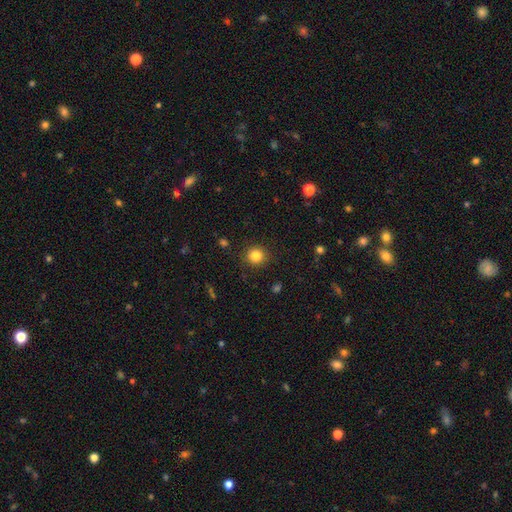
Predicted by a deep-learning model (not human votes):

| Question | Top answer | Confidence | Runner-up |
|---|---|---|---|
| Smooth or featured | smooth | 83% | star or artifact (12%) |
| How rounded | round | 92% | in between (8%) |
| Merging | none | 90% | minor disturbance (7%) |